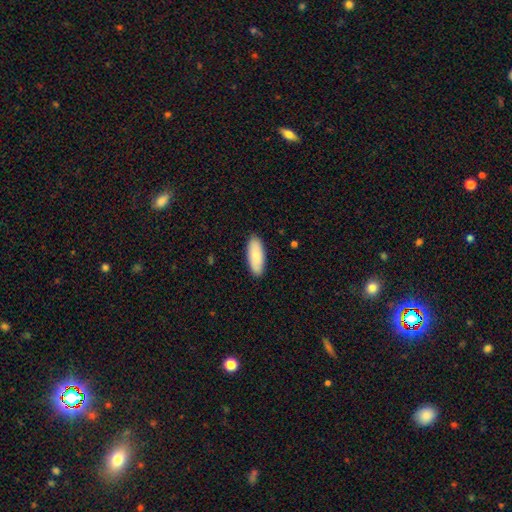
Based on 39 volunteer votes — Overall: smooth (79%). How rounded: in between (68%; cigar-shaped 32%). Merging: none (89%).